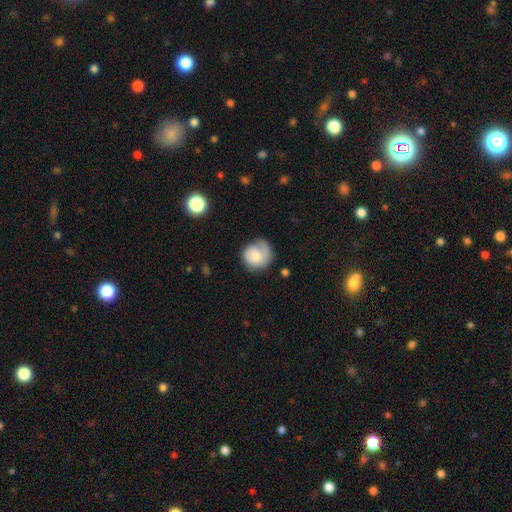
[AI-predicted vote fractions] A smooth galaxy with no disk features (63%) that is round (83%).

Vote fractions:
- Smooth or featured? smooth: 63% / featured or disk: 30% / star or artifact: 7%
- How rounded? round: 83% / in between: 16% / cigar-shaped: 1%
- Merging? none: 55% / minor disturbance: 27% / major disturbance: 15% / merger: 3%